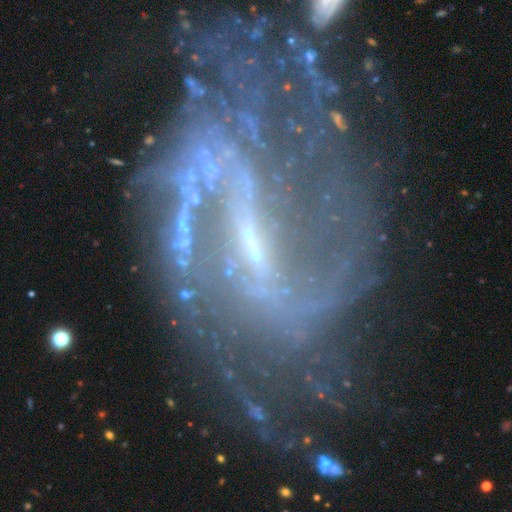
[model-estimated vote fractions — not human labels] featured or disk 57%, star or artifact 28%, smooth 15%. Down the decision tree: edge-on disk — no (83%); merging — none (46%).